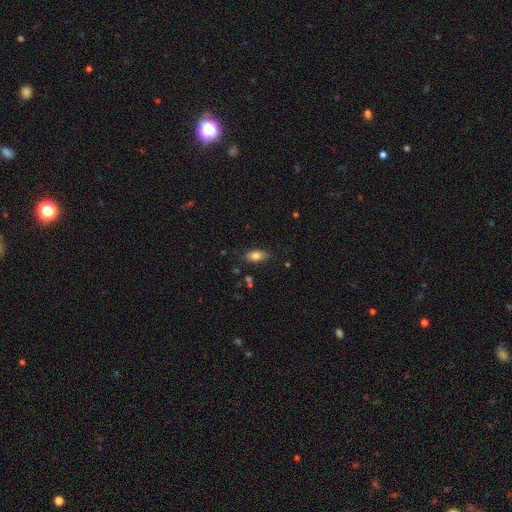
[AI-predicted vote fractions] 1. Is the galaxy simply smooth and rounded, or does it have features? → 81% smooth, 11% featured or disk, 8% star or artifact.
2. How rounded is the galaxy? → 88% in between, 8% cigar-shaped, 4% round.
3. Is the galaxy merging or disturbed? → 80% none, 15% minor disturbance, 3% major disturbance, 2% merger.